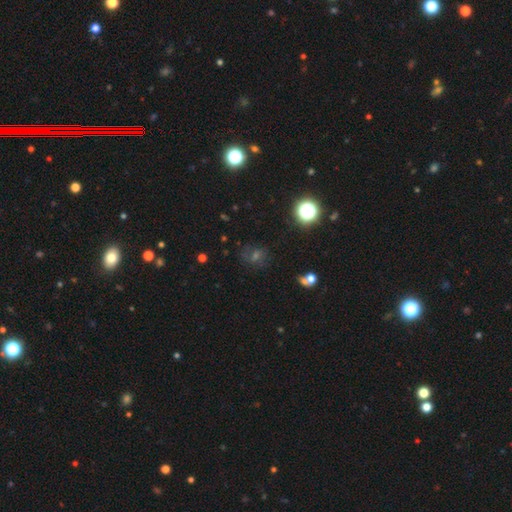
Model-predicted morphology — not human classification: Smooth or featured: star or artifact — 42% (smooth — 36%)